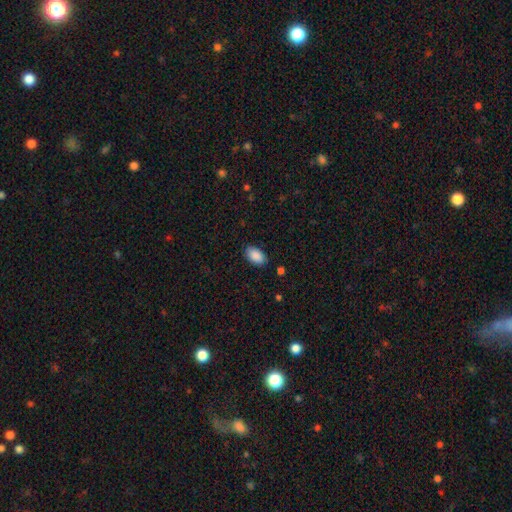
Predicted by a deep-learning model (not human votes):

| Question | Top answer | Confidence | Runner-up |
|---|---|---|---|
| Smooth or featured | smooth | 89% | star or artifact (7%) |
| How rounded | in between | 93% | round (6%) |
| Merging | none | 86% | minor disturbance (10%) |